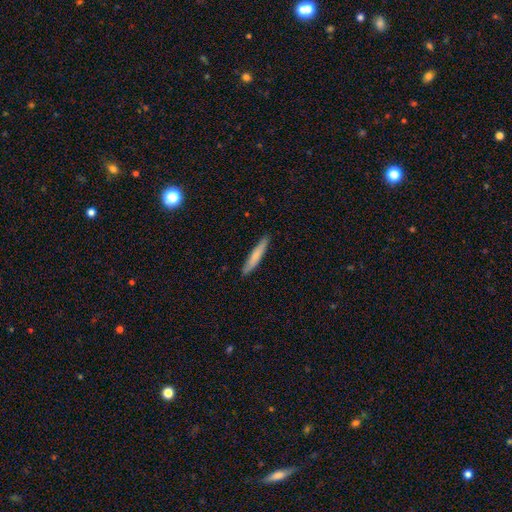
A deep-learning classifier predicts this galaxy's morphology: smooth 72%, featured or disk 22%, star or artifact 6%. Down the decision tree: how rounded — cigar-shaped (94%); merging — none (90%).